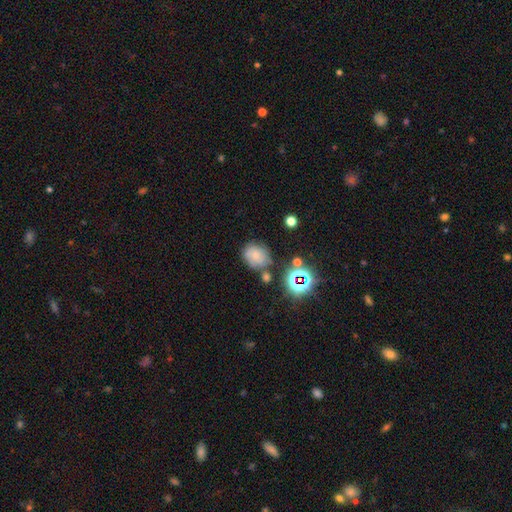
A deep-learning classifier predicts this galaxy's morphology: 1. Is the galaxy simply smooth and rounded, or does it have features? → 56% smooth, 25% featured or disk, 20% star or artifact.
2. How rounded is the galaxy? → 71% round, 28% in between, 1% cigar-shaped.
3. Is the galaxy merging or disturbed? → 61% none, 19% minor disturbance, 13% merger, 7% major disturbance.